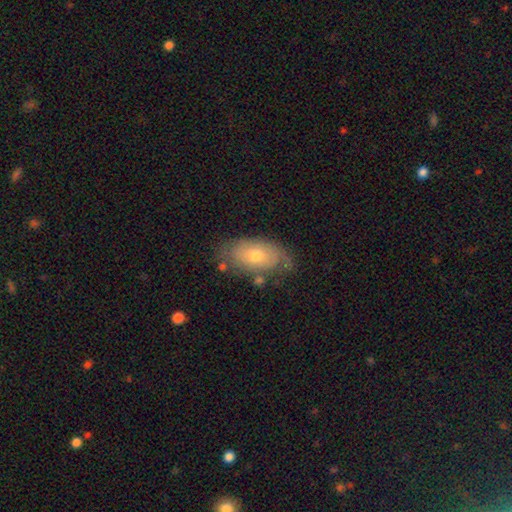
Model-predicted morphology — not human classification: Smooth or featured? smooth (49%)
Merging? none (60%)